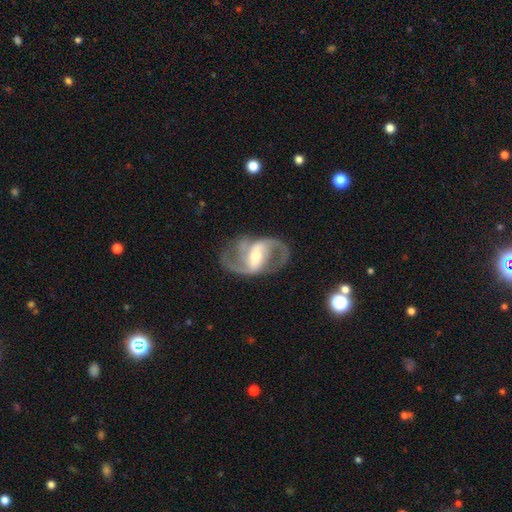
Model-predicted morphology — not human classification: Overall: featured or disk (90%). Edge-on disk: no (97%). Bar: strong (50%; weak 38%). Spiral arms: yes (96%). Spiral arm count: 2 (86%). Spiral winding: medium (51%; loose 37%). Bulge size: moderate (52%; small 38%). Merging: none (73%).